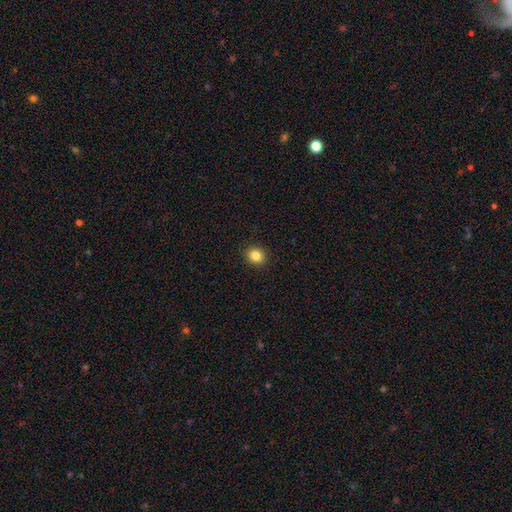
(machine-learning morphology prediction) Overall: smooth (84%). How rounded: round (81%). Merging: none (92%).